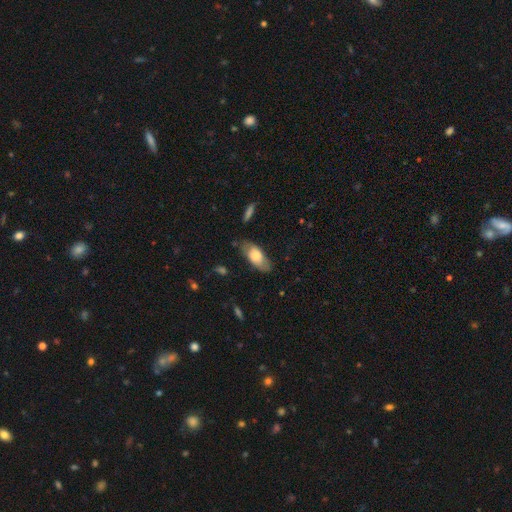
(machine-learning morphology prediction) This is likely a smooth galaxy (66%). How rounded: clearly in between (87%). Merging: likely none (69%).